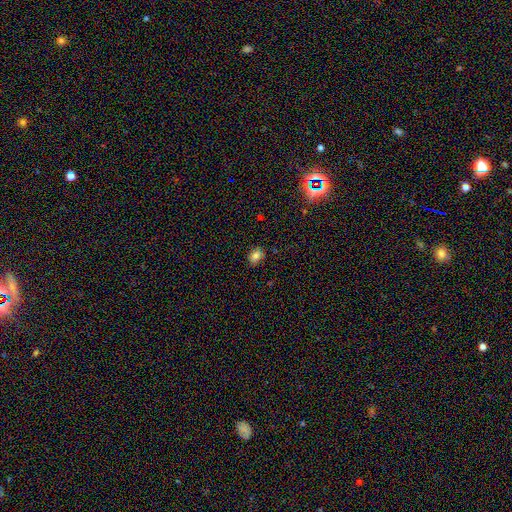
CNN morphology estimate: Smooth or featured? Predicted: smooth (p=0.81). How rounded? Predicted: in between (p=0.71). Merging? Predicted: none (p=0.81).